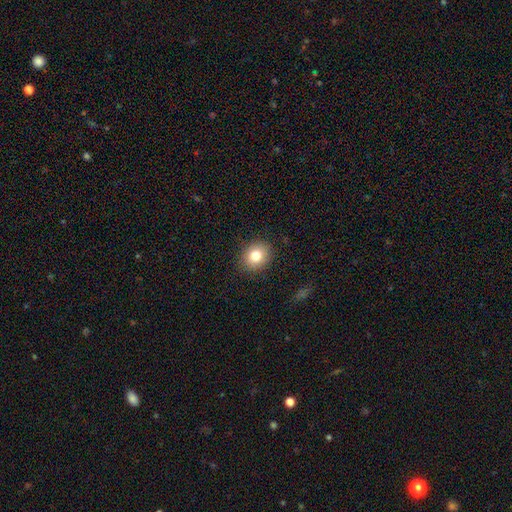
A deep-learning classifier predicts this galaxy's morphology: smooth_or_featured: smooth (p=0.81) [alt: star or artifact p=0.10]
how_rounded: round (p=0.60) [alt: in between p=0.39]
merging: none (p=0.88) [alt: minor disturbance p=0.08]